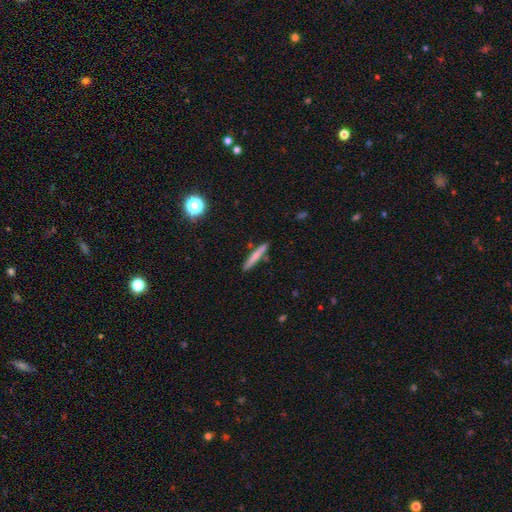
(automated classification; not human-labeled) smooth 68%, featured or disk 25%, star or artifact 7%. Down the decision tree: how rounded — cigar-shaped (94%); merging — none (83%).